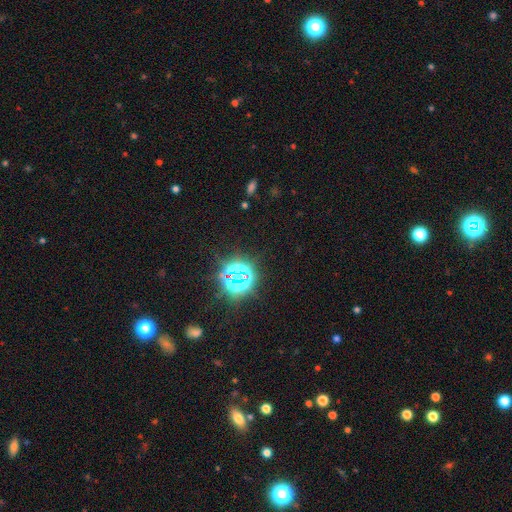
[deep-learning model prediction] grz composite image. It shows a star or artifact, not a galaxy (77%).